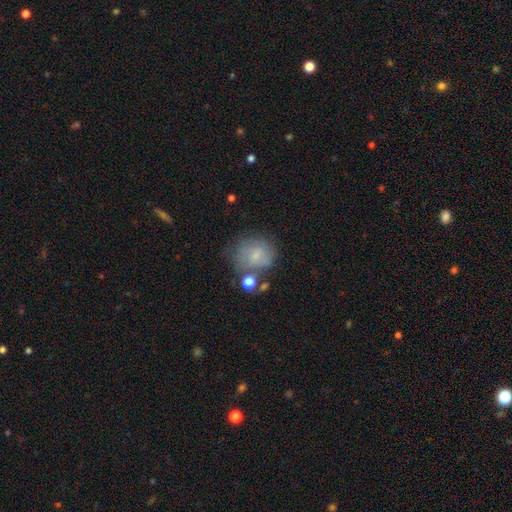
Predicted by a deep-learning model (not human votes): This is likely a smooth galaxy (64%). How rounded: likely round (74%). Merging: possibly none (51%).